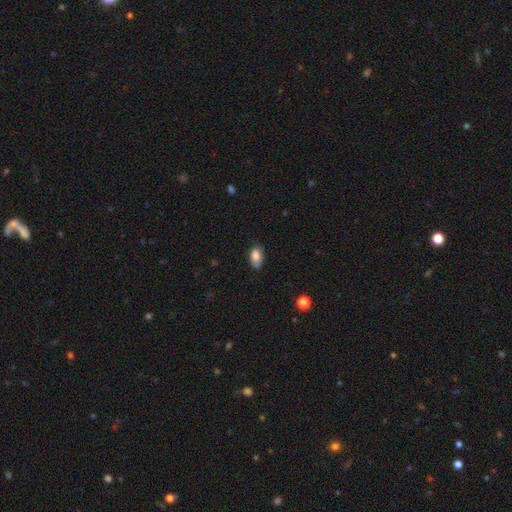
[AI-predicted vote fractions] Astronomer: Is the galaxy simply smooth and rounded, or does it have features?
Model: smooth — 86%.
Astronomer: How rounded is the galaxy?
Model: in between — 91%.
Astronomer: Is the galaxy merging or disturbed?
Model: none — 73%.